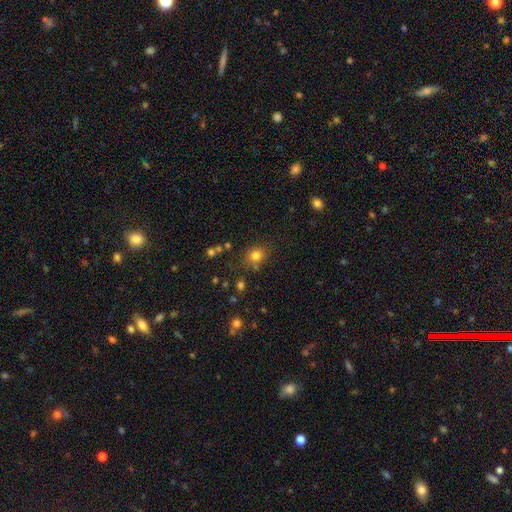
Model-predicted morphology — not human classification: Smooth or featured: smooth — 79% (star or artifact — 14%)
How rounded: round — 66% (in between — 33%)
Merging: none — 75% (minor disturbance — 15%)